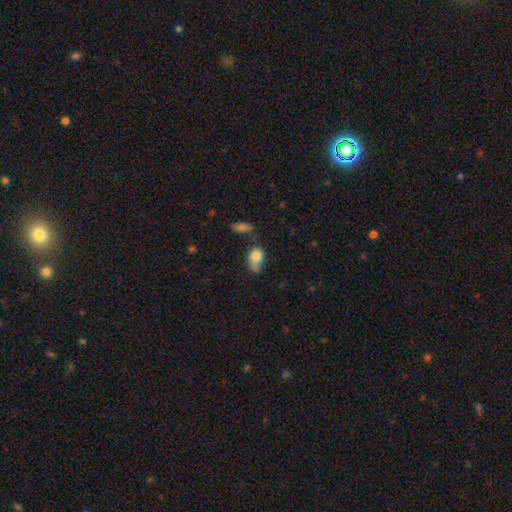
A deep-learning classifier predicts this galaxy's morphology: Smooth or featured?
  - smooth: 78% *
  - featured or disk: 14%
  - star or artifact: 9%
How rounded?
  - in between: 75% *
  - round: 23%
  - cigar-shaped: 2%
Merging?
  - none: 34% *
  - minor disturbance: 31%
  - major disturbance: 19%
  - merger: 16%